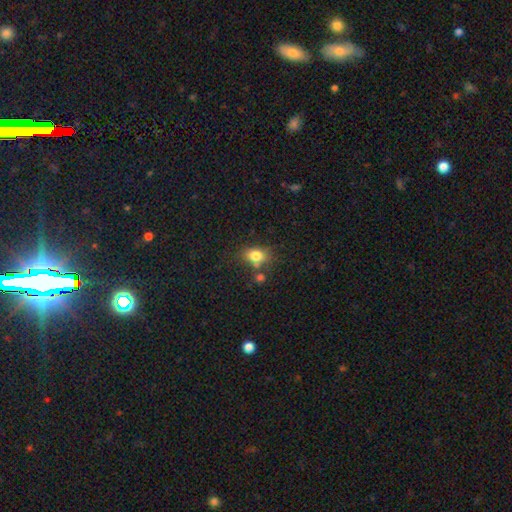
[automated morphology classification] type=smooth (79%); roundness=in between (70%); merging=none (60%).